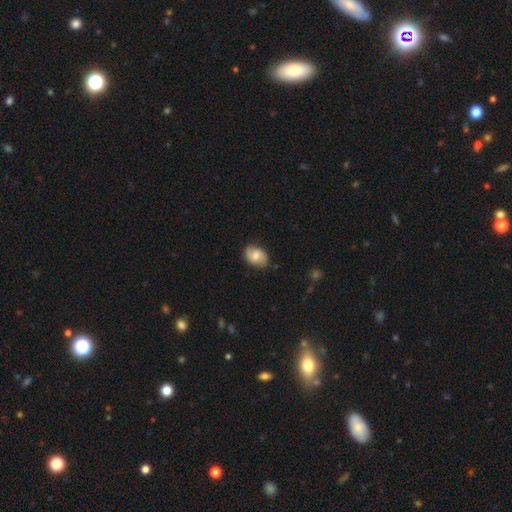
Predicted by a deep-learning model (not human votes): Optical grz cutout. It shows a smooth galaxy with no disk features (63%) that is in between round and cigar-shaped (79%). Merging: none (79%).